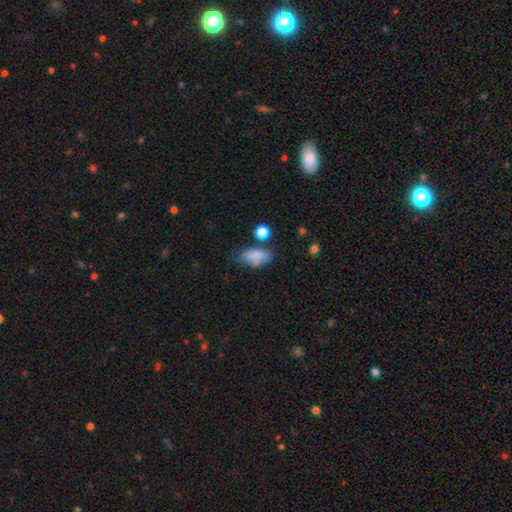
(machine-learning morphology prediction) Smooth or featured? smooth (78%)
How rounded? in between (89%)
Merging? none (48%)